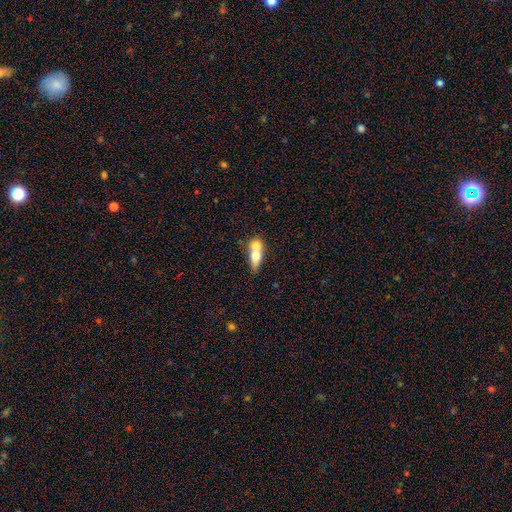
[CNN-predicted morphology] A smooth galaxy with no disk features (62%) that is in between round and cigar-shaped (58%). Merging: merger (65%).